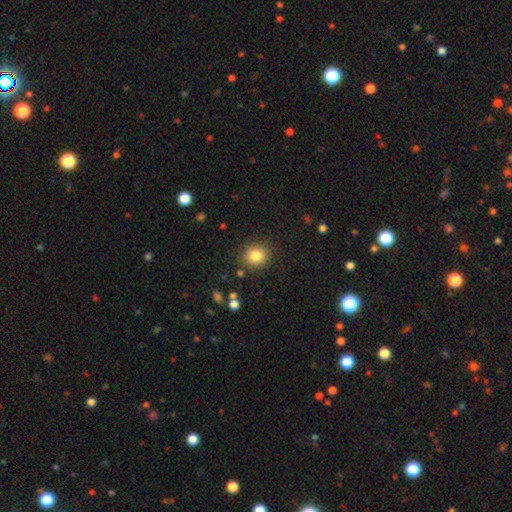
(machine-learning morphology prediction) smooth-or-featured: smooth: 83% | star or artifact: 10% | featured or disk: 7%
  how-rounded: round: 79% | in between: 20% | cigar-shaped: 1%
  merging: none: 86% | minor disturbance: 9% | major disturbance: 3% | merger: 2%